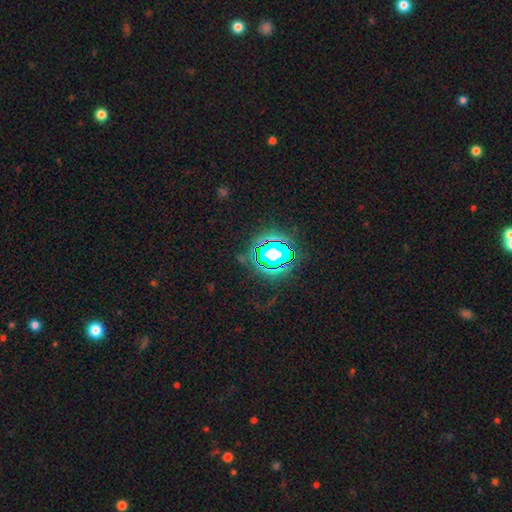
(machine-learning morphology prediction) This is clearly a star or artifact rather than a galaxy (83%).